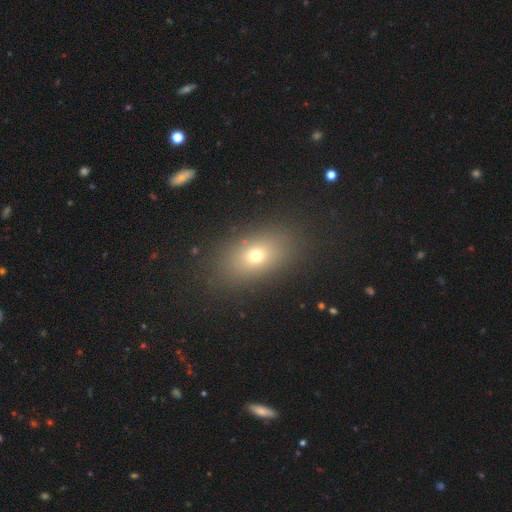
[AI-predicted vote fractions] The model was most divided on "smooth or featured": smooth: 68%, star or artifact: 16%, featured or disk: 16%. More confident: merging — none (85%); how rounded — in between (76%).